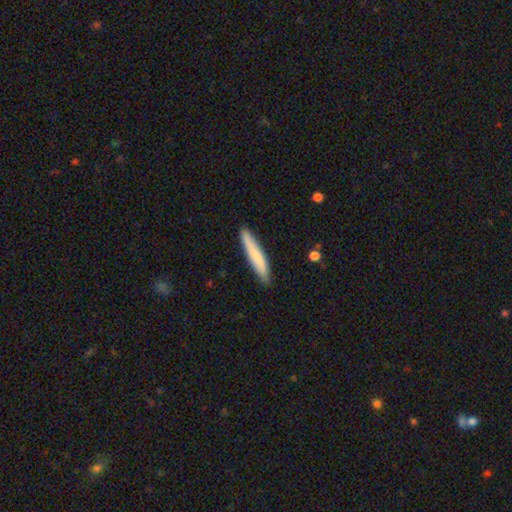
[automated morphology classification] Q: Smooth or featured?
A: smooth (76%); runner-up: featured or disk (19%)
Q: How rounded?
A: cigar-shaped (93%); runner-up: in between (6%)
Q: Merging?
A: none (88%); runner-up: minor disturbance (10%)